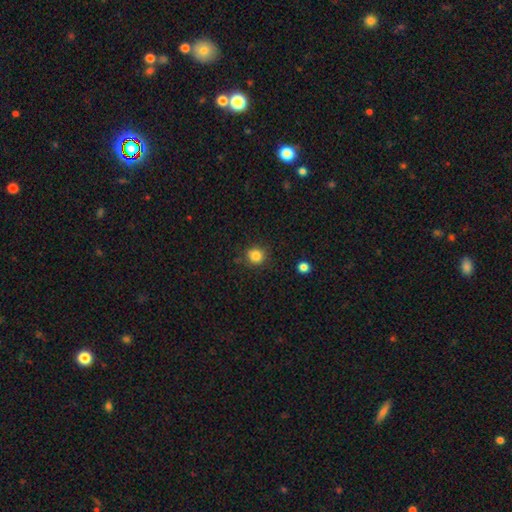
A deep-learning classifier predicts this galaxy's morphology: A smooth galaxy with no disk features (84%) that is round (91%). Merging: none (85%).